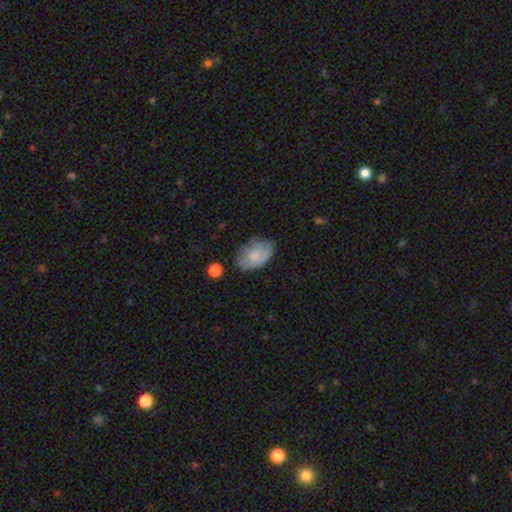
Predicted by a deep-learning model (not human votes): Smooth or featured? smooth (63%)
How rounded? in between (86%)
Merging? none (54%)